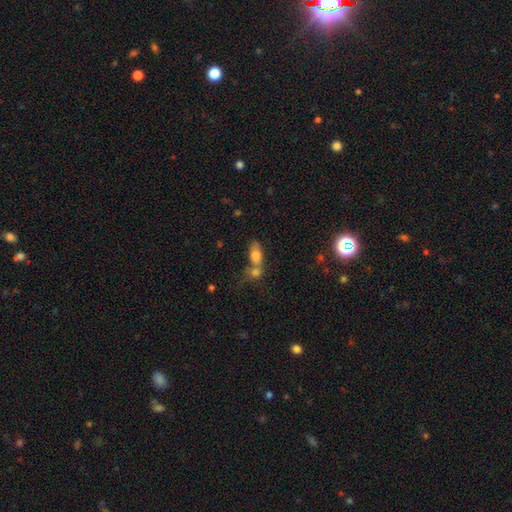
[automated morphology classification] This is likely a smooth galaxy (76%). How rounded: clearly in between (83%). Merging: possibly merger (58%).